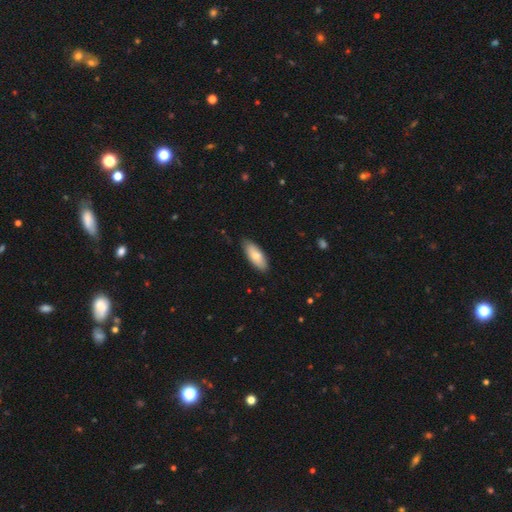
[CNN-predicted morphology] Smooth or featured? smooth (77%)
How rounded? in between (78%)
Merging? none (84%)